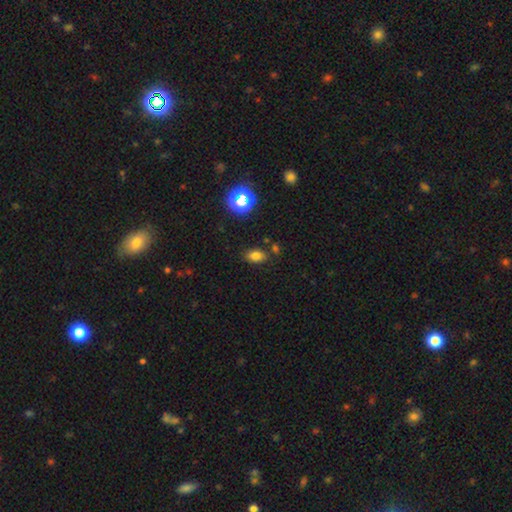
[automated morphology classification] Q: Smooth or featured?
A: smooth (77%); runner-up: star or artifact (16%)
Q: How rounded?
A: in between (86%); runner-up: round (12%)
Q: Merging?
A: none (78%); runner-up: minor disturbance (12%)